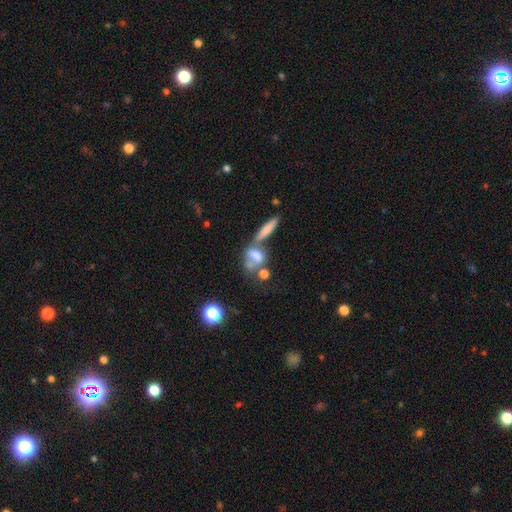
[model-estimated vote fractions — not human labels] smooth_or_featured: smooth (p=0.56) [alt: featured or disk p=0.31]
how_rounded: in between (p=0.61) [alt: cigar-shaped p=0.21]
merging: merger (p=0.48) [alt: none p=0.27]